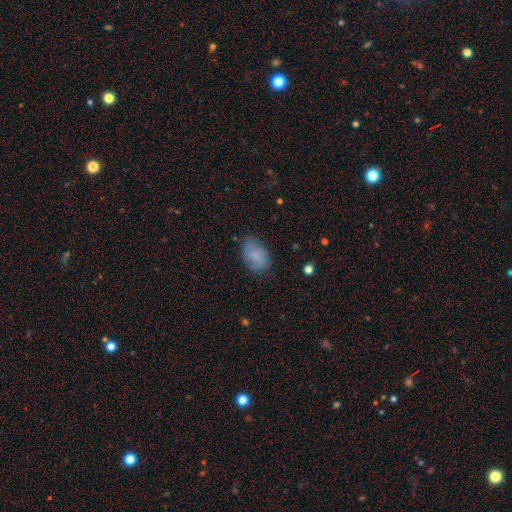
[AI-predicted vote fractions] Smooth or featured: smooth — 75% (featured or disk — 16%)
How rounded: in between — 85% (round — 14%)
Merging: none — 68% (minor disturbance — 24%)